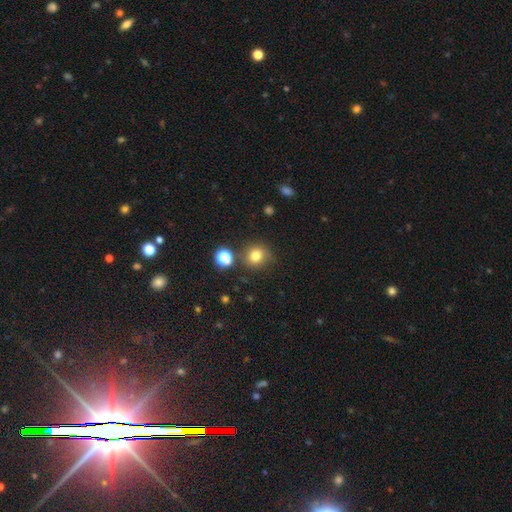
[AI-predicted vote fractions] A smooth galaxy with no disk features (78%) that is round (87%). Merging: none (78%).